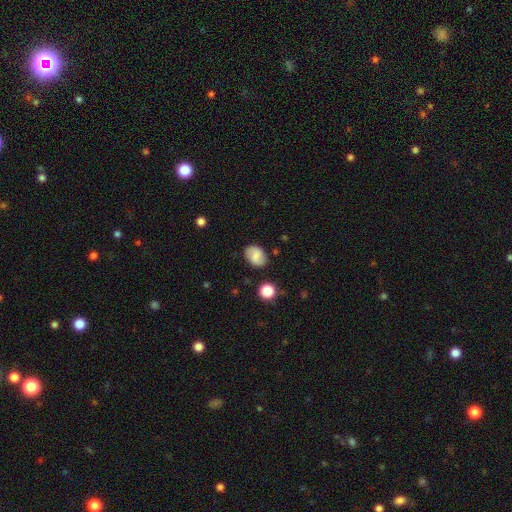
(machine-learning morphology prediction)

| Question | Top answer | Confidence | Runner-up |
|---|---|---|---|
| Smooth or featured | smooth | 67% | featured or disk (23%) |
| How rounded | in between | 70% | round (28%) |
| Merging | none | 80% | minor disturbance (14%) |